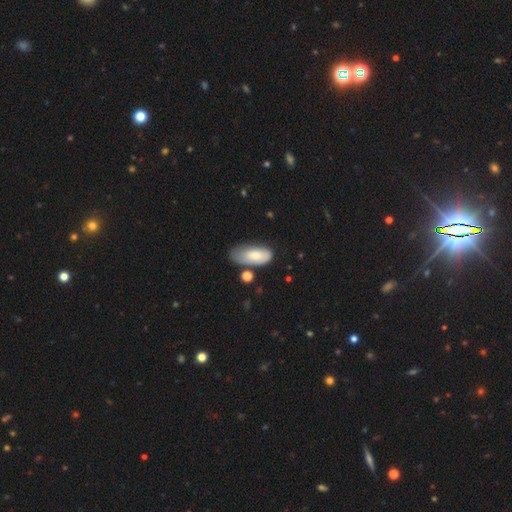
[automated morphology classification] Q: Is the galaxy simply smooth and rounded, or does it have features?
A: smooth — 72%.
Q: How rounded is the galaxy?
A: in between — 90%.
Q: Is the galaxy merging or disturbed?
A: none — 41%.